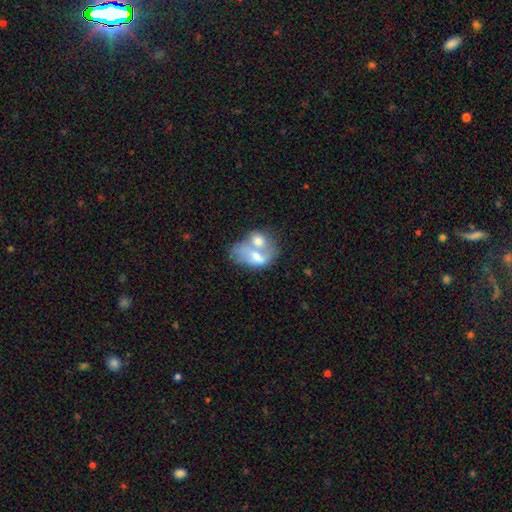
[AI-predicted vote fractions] smooth_or_featured: smooth (p=0.56) [alt: featured or disk p=0.36]
how_rounded: in between (p=0.80) [alt: round p=0.17]
merging: merger (p=0.70) [alt: none p=0.11]